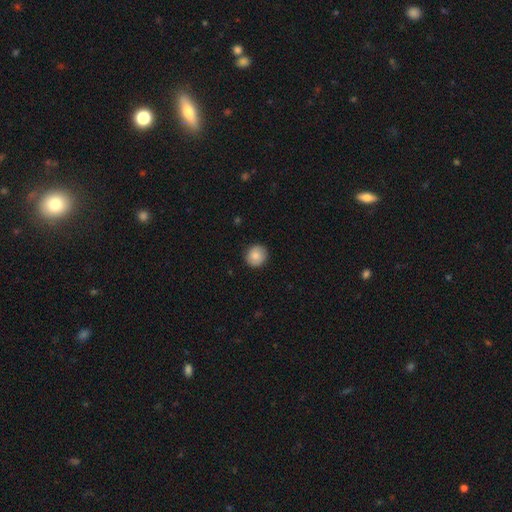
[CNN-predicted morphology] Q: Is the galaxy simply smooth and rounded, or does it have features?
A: smooth — 85%.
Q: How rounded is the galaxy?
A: round — 91%.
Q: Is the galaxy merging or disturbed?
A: none — 90%.